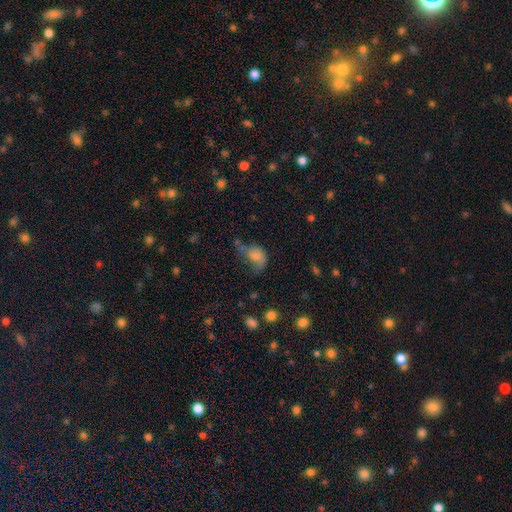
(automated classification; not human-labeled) The model was most divided on "merging": major disturbance: 34%, minor disturbance: 31%, none: 27%, merger: 9%. More confident: how rounded — in between (74%); smooth or featured — smooth (70%).